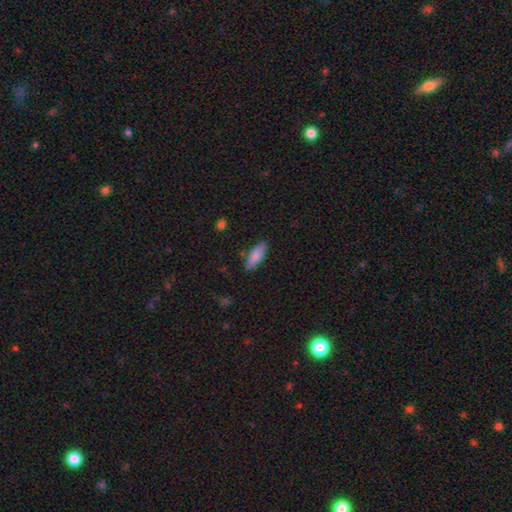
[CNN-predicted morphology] smooth_or_featured: smooth (p=0.83) [alt: featured or disk p=0.11]
how_rounded: in between (p=0.66) [alt: cigar-shaped p=0.32]
merging: none (p=0.82) [alt: minor disturbance p=0.13]